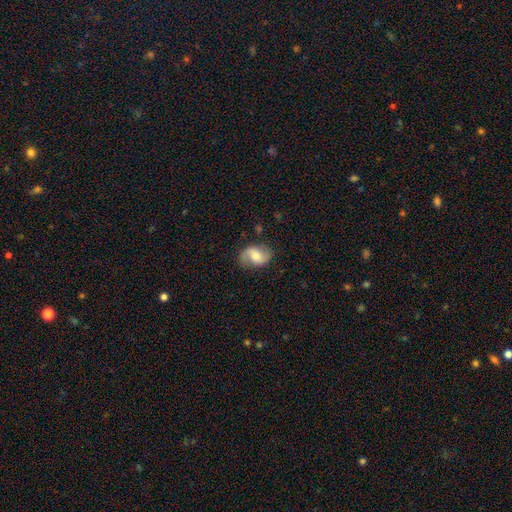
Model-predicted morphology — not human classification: Smooth or featured? Predicted: featured or disk (p=0.67). Edge-on disk? Predicted: no (p=0.97). Bar? Predicted: weak (p=0.45). Spiral arms? Predicted: yes (p=0.93). Spiral winding? Predicted: loose (p=0.50). Spiral arm count? Predicted: 2 (p=0.89). Bulge size? Predicted: moderate (p=0.55). Merging? Predicted: none (p=0.78).